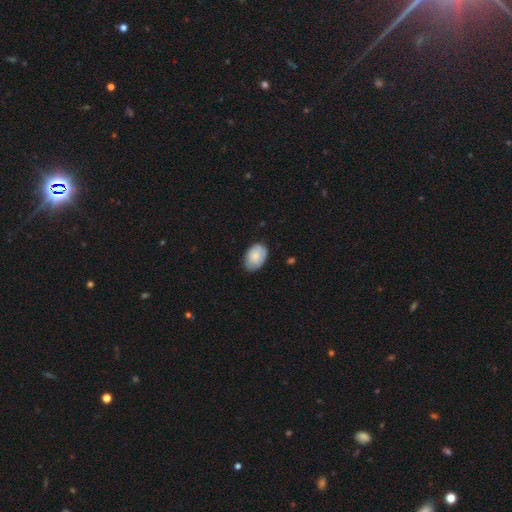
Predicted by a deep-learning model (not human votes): A smooth galaxy with no disk features (78%) that is in between round and cigar-shaped (87%).

Vote fractions:
- Smooth or featured? smooth: 78% / featured or disk: 16% / star or artifact: 6%
- How rounded? in between: 87% / round: 12% / cigar-shaped: 1%
- Merging? none: 74% / minor disturbance: 22% / major disturbance: 3% / merger: 1%